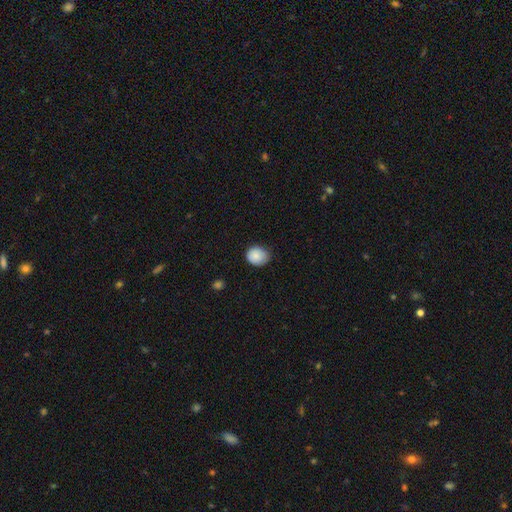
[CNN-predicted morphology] Smooth or featured? Predicted: smooth (p=0.85). How rounded? Predicted: round (p=0.65). Merging? Predicted: none (p=0.74).